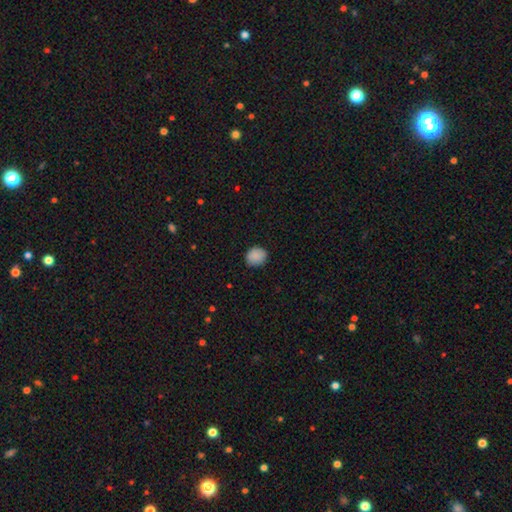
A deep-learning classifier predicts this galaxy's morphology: Overall: smooth (88%). How rounded: round (75%). Merging: none (85%).